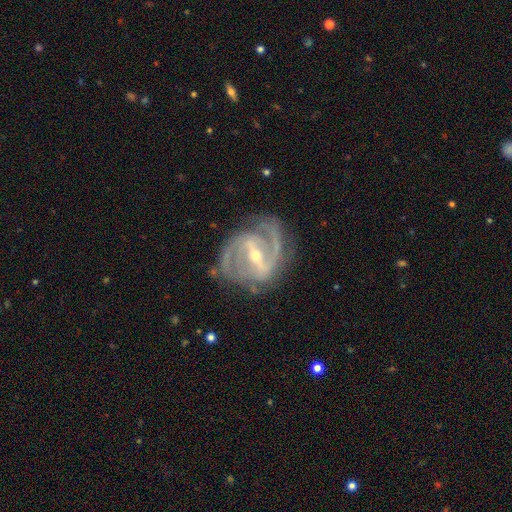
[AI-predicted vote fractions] smooth-or-featured: featured or disk: 92% | star or artifact: 5% | smooth: 3%
  disk-edge-on: no: 97% | yes: 3%
    bar: strong: 65% | weak: 28% | no: 7%
    has-spiral-arms: yes: 98% | no: 2%
      spiral-winding: medium: 49% | tight: 40% | loose: 11%
      spiral-arm-count: 2: 64% | 3: 18% | can't tell: 8% | 4: 4% | 1: 3% | more than 4: 3%
    bulge-size: small: 52% | moderate: 45% | large: 1% | none: 1% | dominant: 1%
  merging: none: 73% | minor disturbance: 18% | major disturbance: 8% | merger: 2%